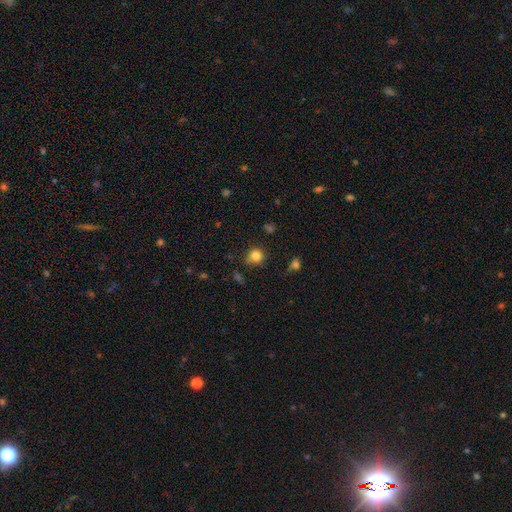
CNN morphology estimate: smooth-or-featured: smooth: 82% | star or artifact: 13% | featured or disk: 5%
  how-rounded: round: 89% | in between: 10% | cigar-shaped: 1%
  merging: none: 79% | minor disturbance: 14% | major disturbance: 4% | merger: 3%